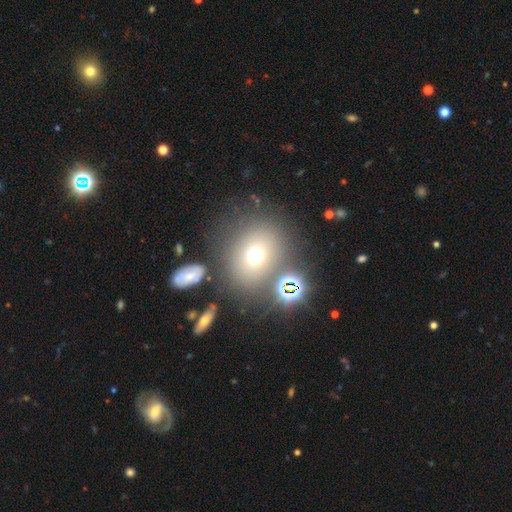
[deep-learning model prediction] A smooth galaxy with no disk features (65%) that is round (68%). Merging: none (72%).